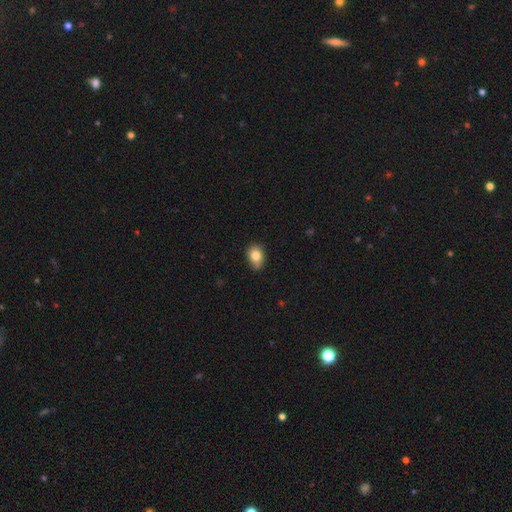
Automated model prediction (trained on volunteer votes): Morphology: type=smooth (81%); roundness=in between (63%); merging=none (72%).